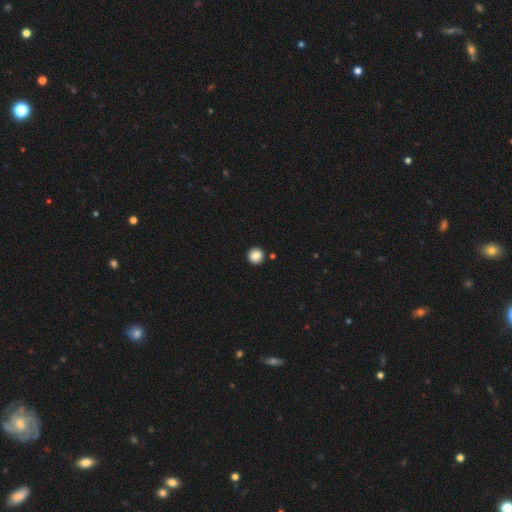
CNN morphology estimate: smooth 86%, star or artifact 9%, featured or disk 4%. Down the decision tree: how rounded — round (93%); merging — none (91%).